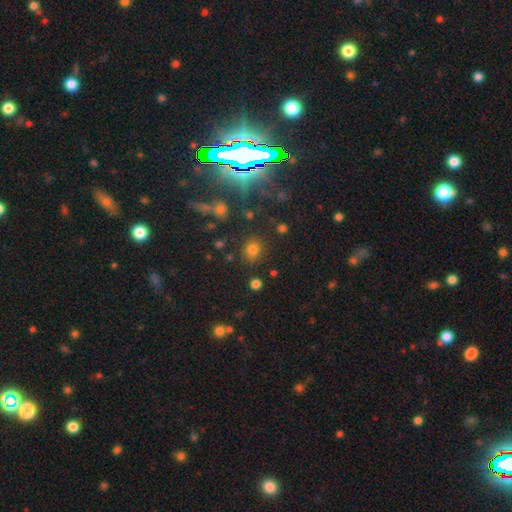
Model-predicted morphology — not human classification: Smooth or featured? Predicted: star or artifact (p=0.73).